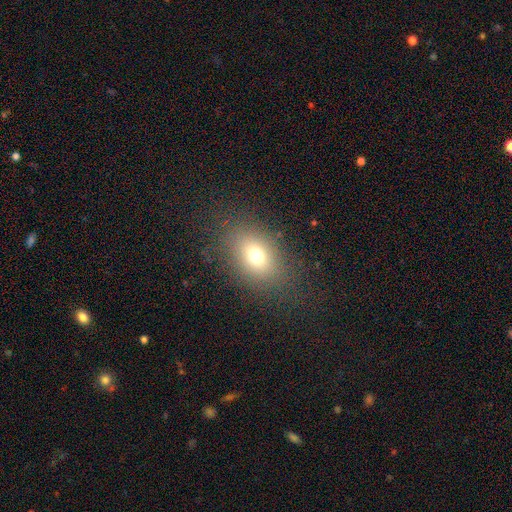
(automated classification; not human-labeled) smooth-or-featured: smooth: 71% | star or artifact: 15% | featured or disk: 13%
  how-rounded: in between: 69% | round: 29% | cigar-shaped: 2%
  merging: none: 81% | minor disturbance: 11% | major disturbance: 7% | merger: 1%